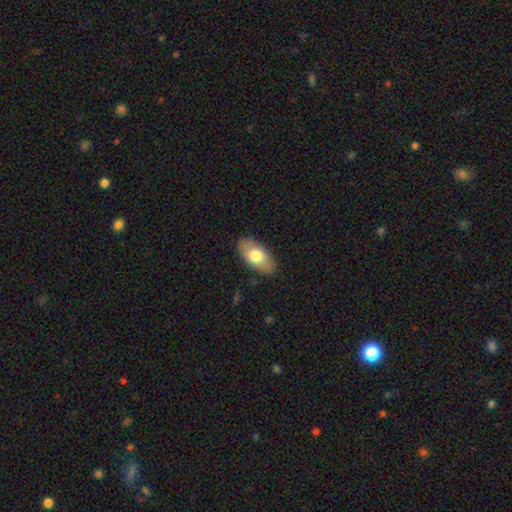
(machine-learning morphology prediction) smooth 72%, featured or disk 22%, star or artifact 6%. Down the decision tree: how rounded — in between (93%); merging — none (85%).